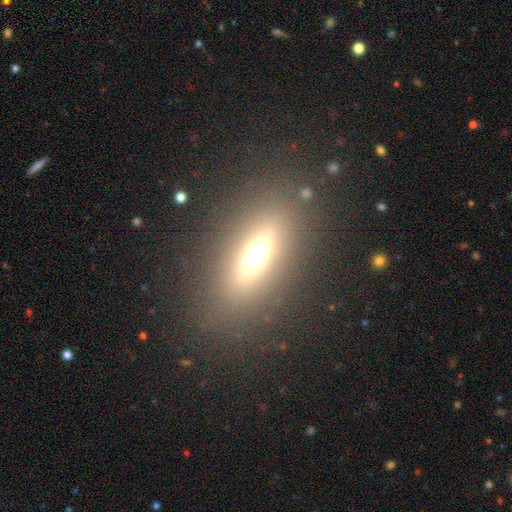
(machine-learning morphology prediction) smooth_or_featured: smooth (p=0.50) [alt: featured or disk p=0.35]
merging: none (p=0.84) [alt: minor disturbance p=0.09]